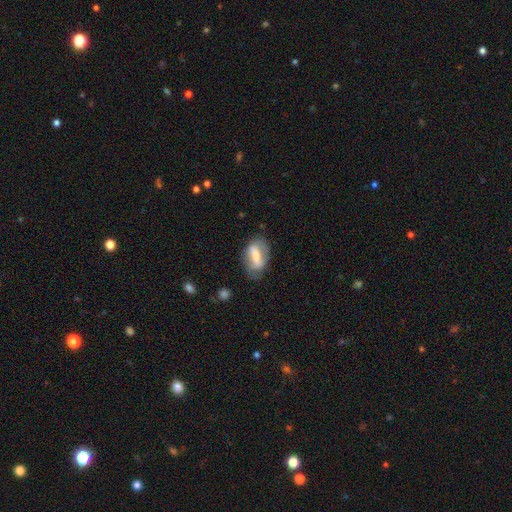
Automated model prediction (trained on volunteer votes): smooth_or_featured: smooth (p=0.47) [alt: featured or disk p=0.46]
merging: none (p=0.65) [alt: minor disturbance p=0.23]